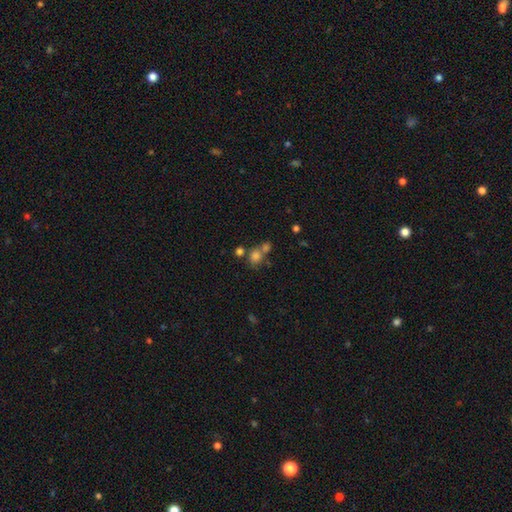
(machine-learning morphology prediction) This is likely a smooth galaxy (75%). How rounded: likely round (72%). Merging: marginally none (44%).